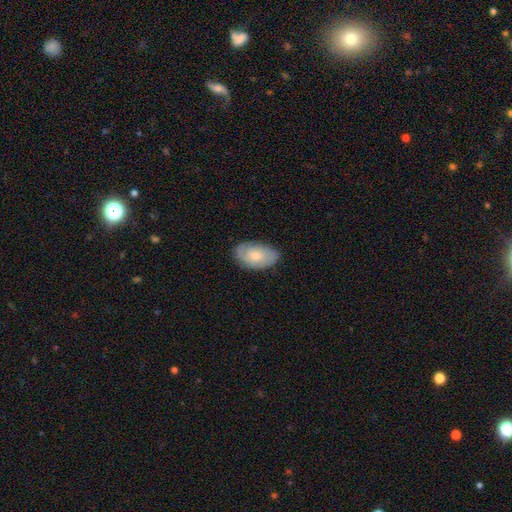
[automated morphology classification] The model was most divided on "smooth or featured": smooth: 51%, featured or disk: 42%, star or artifact: 6%. More confident: how rounded — in between (91%); merging — none (77%).